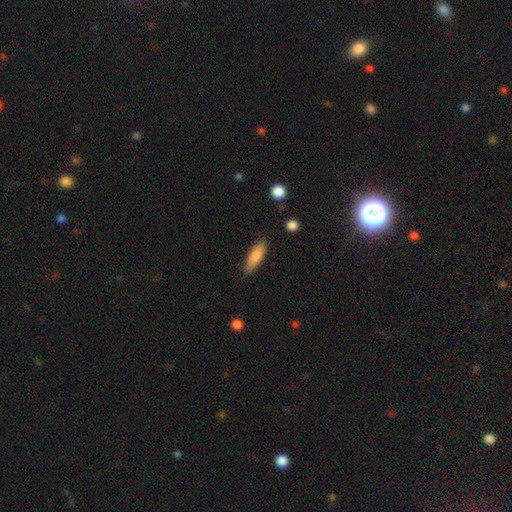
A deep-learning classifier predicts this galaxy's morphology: Smooth or featured? smooth (83%)
How rounded? cigar-shaped (53%)
Merging? none (82%)